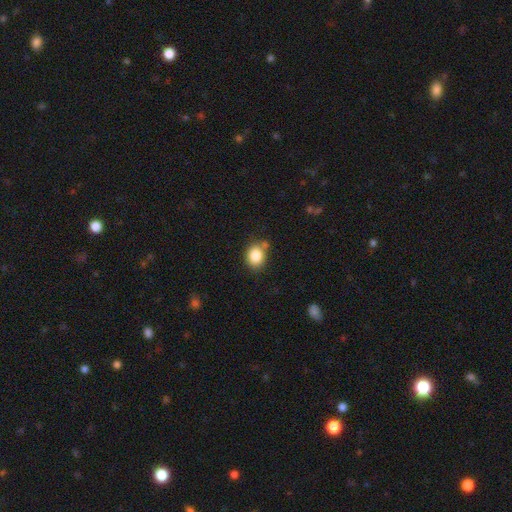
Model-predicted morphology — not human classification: Smooth or featured: smooth — 85% (star or artifact — 9%)
How rounded: round — 57% (in between — 42%)
Merging: none — 69% (minor disturbance — 16%)